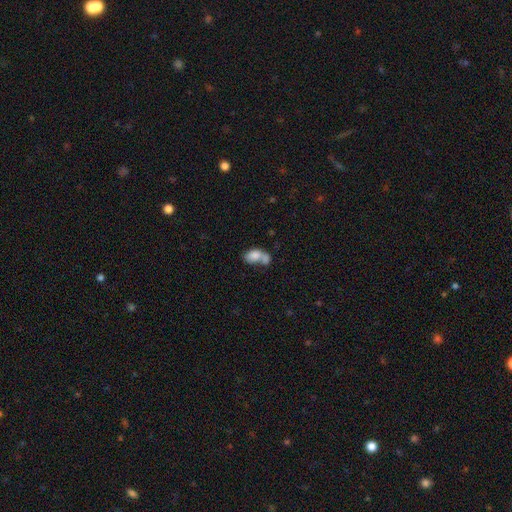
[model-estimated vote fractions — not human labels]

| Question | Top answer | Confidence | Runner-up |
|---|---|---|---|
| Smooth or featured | smooth | 78% | featured or disk (14%) |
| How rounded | in between | 88% | round (10%) |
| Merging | merger | 58% | none (22%) |